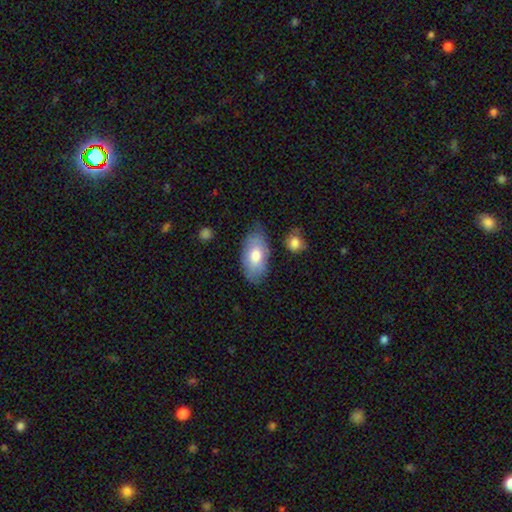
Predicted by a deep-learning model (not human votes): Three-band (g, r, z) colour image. It shows a smooth galaxy with no disk features (73%) that is in between round and cigar-shaped (94%). Merging: none (72%).